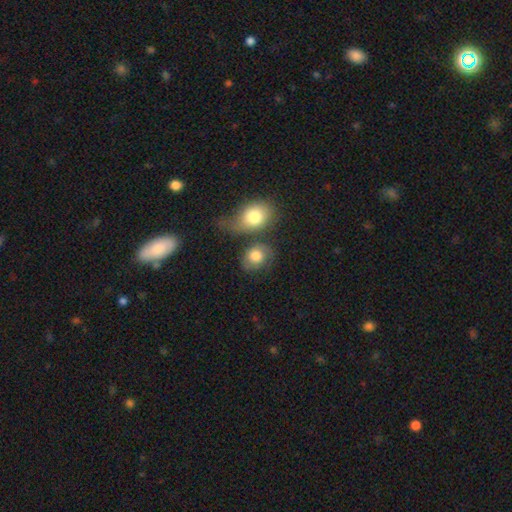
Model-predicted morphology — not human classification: The model was most divided on "how rounded": in between: 50%, round: 49%, cigar-shaped: 1%. Remaining: smooth or featured — smooth (76%); merging — none (48%).